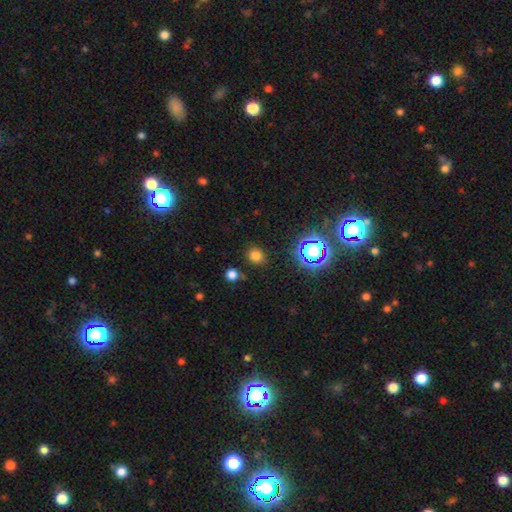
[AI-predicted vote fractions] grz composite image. It shows a smooth galaxy with no disk features (73%) that is round (73%). Merging: none (82%).